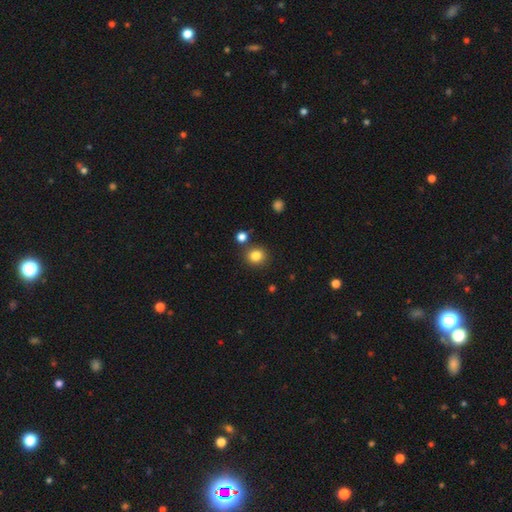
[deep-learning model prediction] Smooth or featured? smooth (83%)
How rounded? round (86%)
Merging? none (82%)